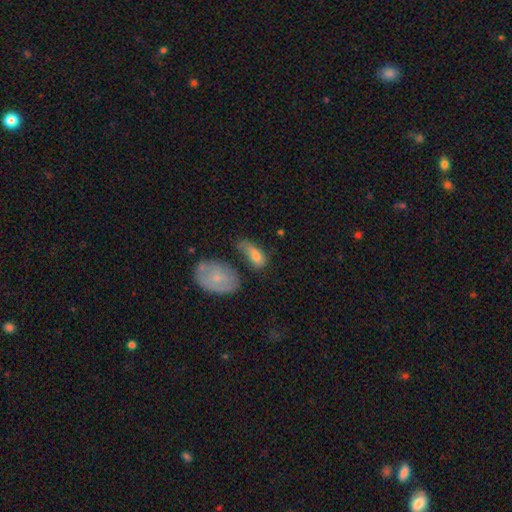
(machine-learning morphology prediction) This is likely a smooth galaxy (69%). How rounded: clearly in between (84%). Merging: marginally none (35%).